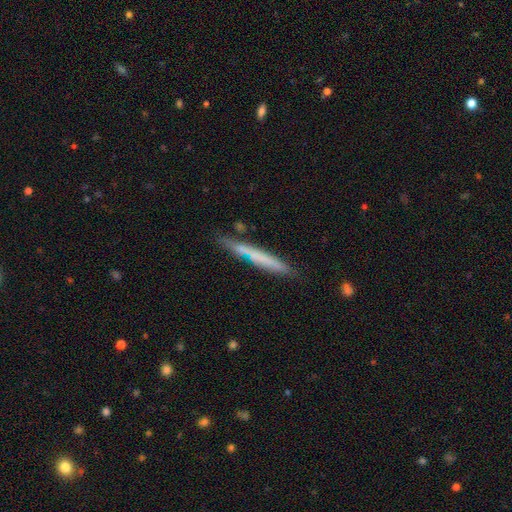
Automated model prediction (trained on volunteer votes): A smooth galaxy with no disk features (53%) that is cigar-shaped (96%). Merging: none (77%).